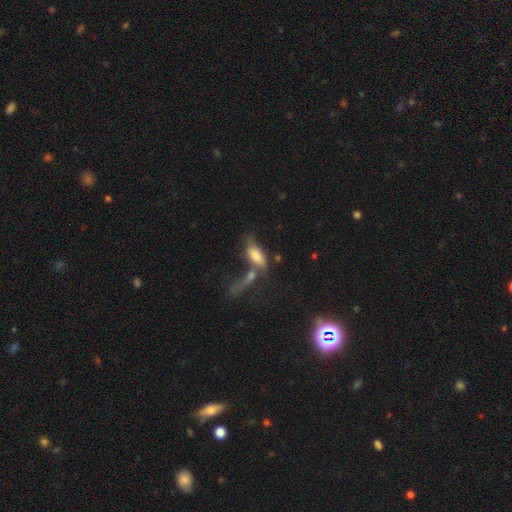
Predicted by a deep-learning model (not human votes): Smooth or featured? smooth (68%)
How rounded? in between (78%)
Merging? merger (45%)